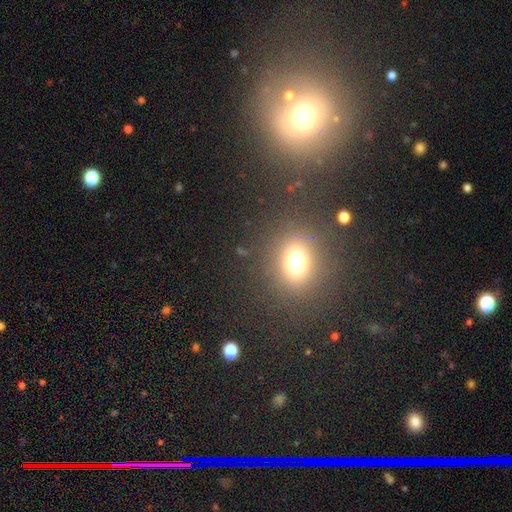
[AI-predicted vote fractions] Q: Smooth or featured?
A: smooth (53%); runner-up: star or artifact (36%)
Q: How rounded?
A: round (54%); runner-up: in between (43%)
Q: Merging?
A: none (78%); runner-up: merger (10%)